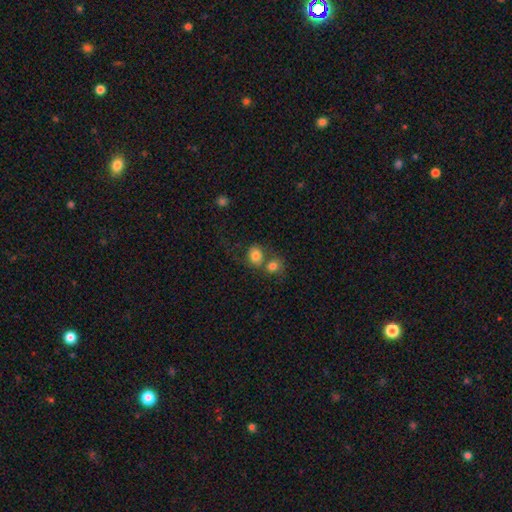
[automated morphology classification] This appears to be a smooth galaxy with no disk features (79%) that is round (68%). Merging: merger (45%).